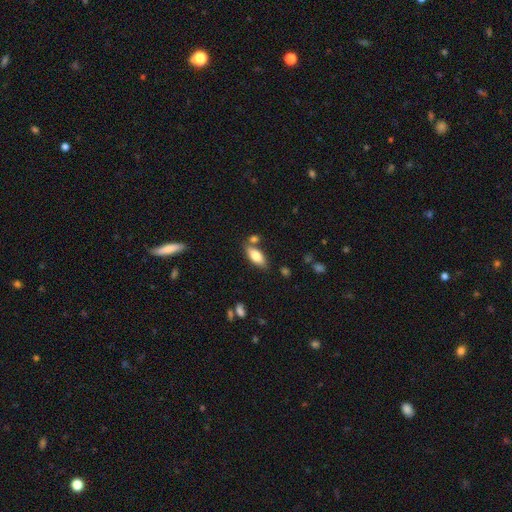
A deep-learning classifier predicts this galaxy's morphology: smooth-or-featured: smooth: 77% | featured or disk: 16% | star or artifact: 7%
  how-rounded: in between: 82% | cigar-shaped: 16% | round: 2%
  merging: none: 71% | minor disturbance: 13% | merger: 12% | major disturbance: 3%